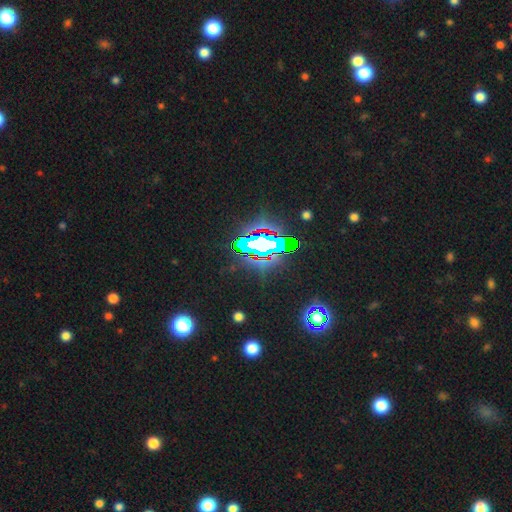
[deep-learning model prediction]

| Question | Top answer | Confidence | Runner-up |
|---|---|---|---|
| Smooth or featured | star or artifact | 82% | smooth (10%) |